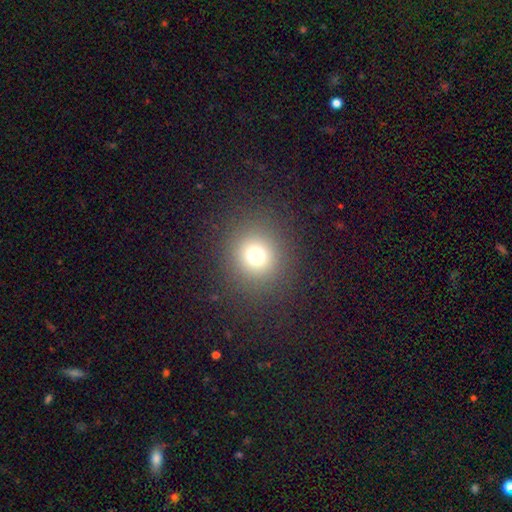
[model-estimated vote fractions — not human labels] smooth 72%, star or artifact 19%, featured or disk 9%. Down the decision tree: how rounded — round (92%); merging — none (89%).